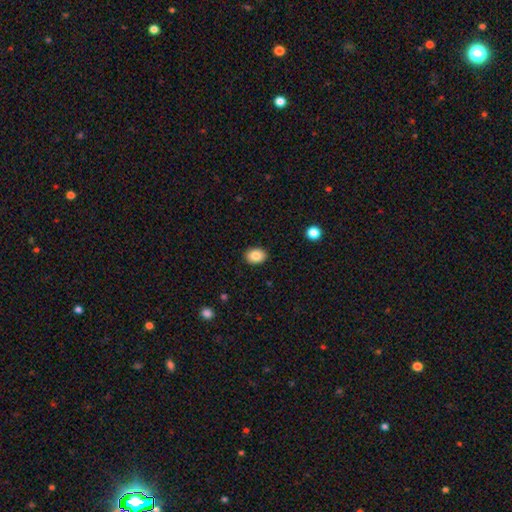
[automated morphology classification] smooth_or_featured: smooth (p=0.85) [alt: star or artifact p=0.08]
how_rounded: in between (p=0.66) [alt: round p=0.33]
merging: none (p=0.90) [alt: minor disturbance p=0.07]